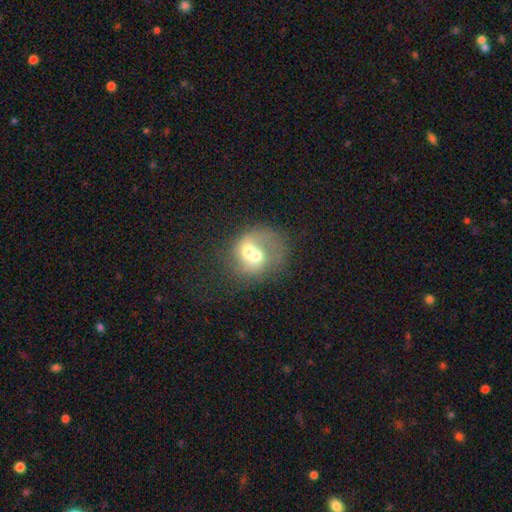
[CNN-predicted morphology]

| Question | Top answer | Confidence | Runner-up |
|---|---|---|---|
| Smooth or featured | smooth | 48% | featured or disk (42%) |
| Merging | merger | 71% | none (15%) |